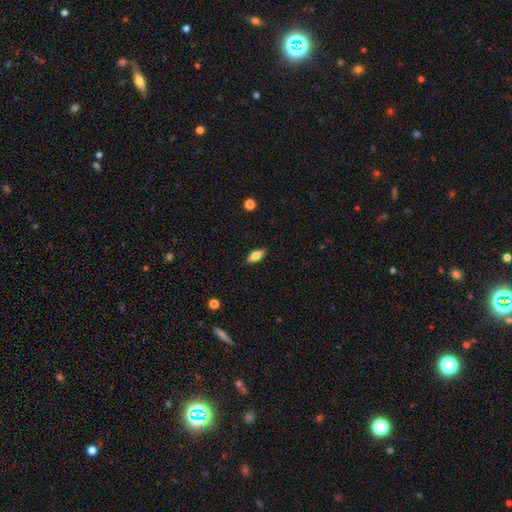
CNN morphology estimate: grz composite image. It shows a smooth galaxy with no disk features (71%) that is in between round and cigar-shaped (79%). Merging: none (88%).